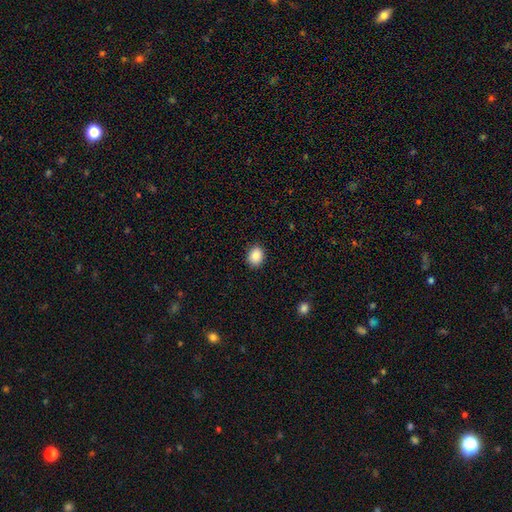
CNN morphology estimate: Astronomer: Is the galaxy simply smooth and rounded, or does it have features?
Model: smooth — 87%.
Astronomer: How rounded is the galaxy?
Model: round — 56% (runner-up: in between, 44%).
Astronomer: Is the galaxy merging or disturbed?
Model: none — 90%.